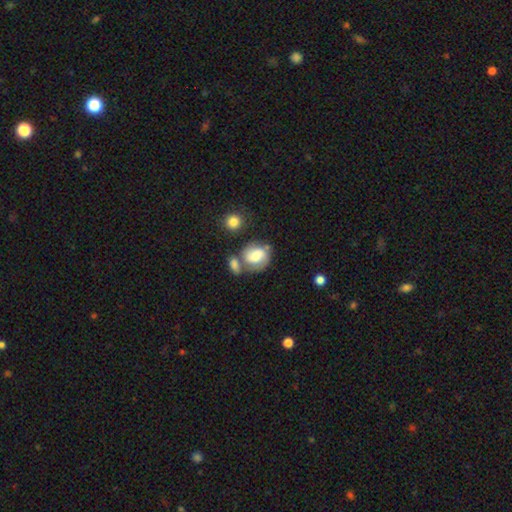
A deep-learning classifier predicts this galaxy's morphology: smooth-or-featured: featured or disk: 47% | smooth: 44% | star or artifact: 8%
  merging: none: 40% | merger: 32% | minor disturbance: 18% | major disturbance: 10%